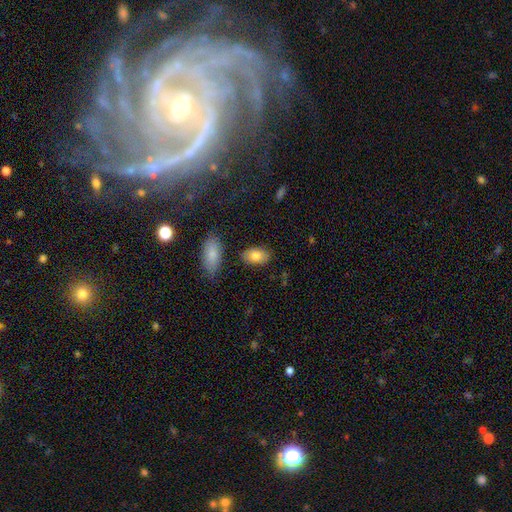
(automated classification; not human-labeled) smooth_or_featured: smooth (p=0.82) [alt: featured or disk p=0.11]
how_rounded: in between (p=0.92) [alt: round p=0.06]
merging: none (p=0.82) [alt: minor disturbance p=0.11]